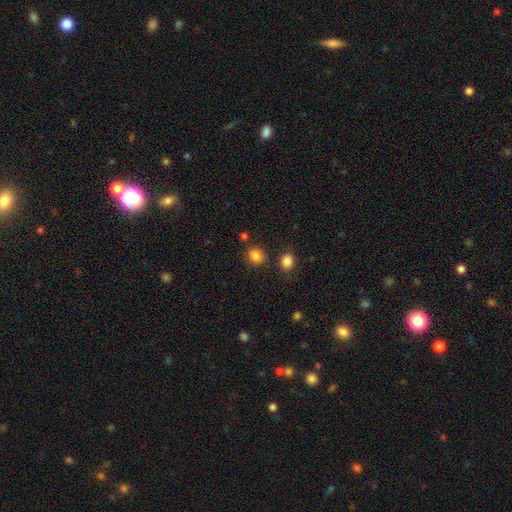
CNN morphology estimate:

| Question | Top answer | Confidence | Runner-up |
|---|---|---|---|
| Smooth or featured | smooth | 84% | star or artifact (11%) |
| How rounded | round | 73% | in between (26%) |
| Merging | none | 79% | minor disturbance (10%) |